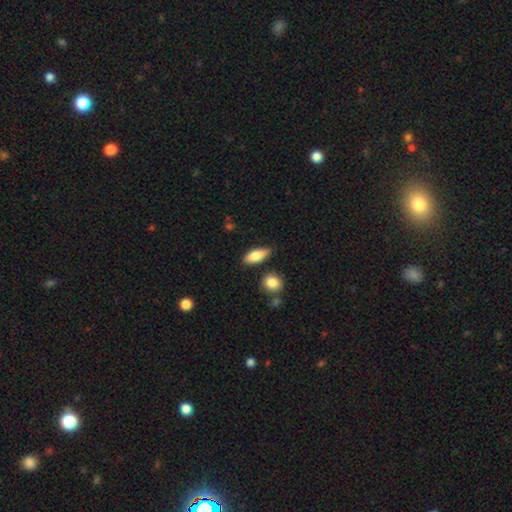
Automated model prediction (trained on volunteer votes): smooth 80%, featured or disk 13%, star or artifact 6%. Down the decision tree: how rounded — in between (75%); merging — none (79%).